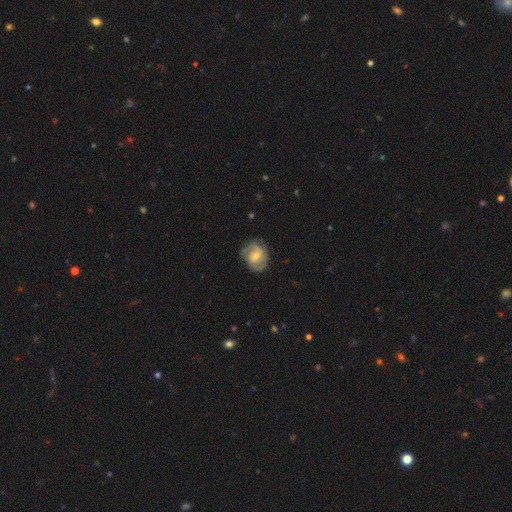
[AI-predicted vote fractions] Morphology: type=featured or disk (57%); edge-on=no (97%); bar=weak (46%); spiral arms=yes (83%); bulge=small (49%); merging=none (70%).